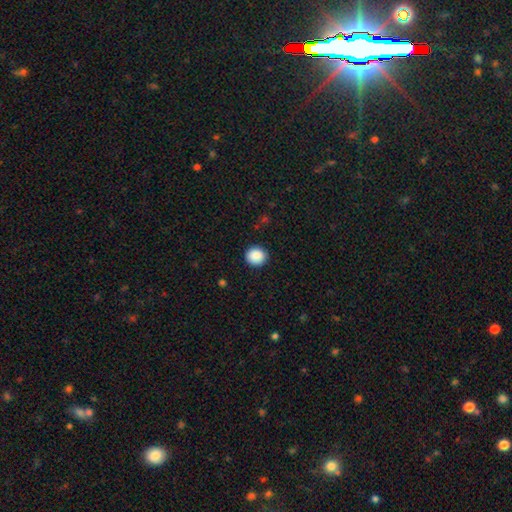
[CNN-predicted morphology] Smooth or featured?
  - smooth: 89% *
  - star or artifact: 8%
  - featured or disk: 3%
How rounded?
  - round: 84% *
  - in between: 15%
  - cigar-shaped: 1%
Merging?
  - none: 90% *
  - minor disturbance: 7%
  - major disturbance: 2%
  - merger: 1%